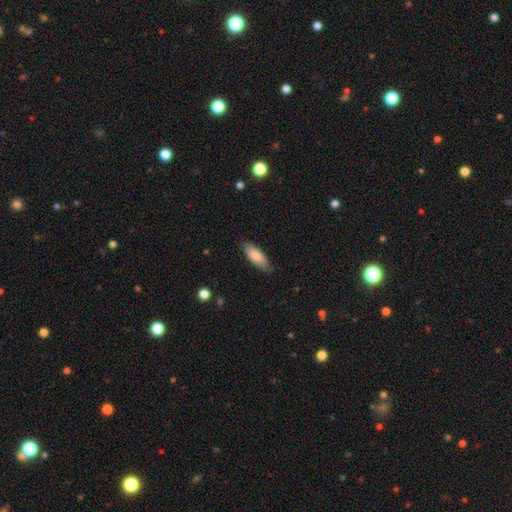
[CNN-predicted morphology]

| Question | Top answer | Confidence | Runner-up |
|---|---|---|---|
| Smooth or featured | smooth | 82% | featured or disk (12%) |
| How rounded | in between | 67% | cigar-shaped (31%) |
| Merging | none | 80% | minor disturbance (16%) |